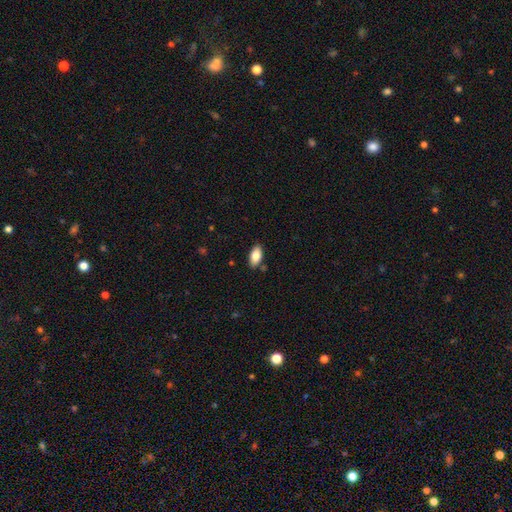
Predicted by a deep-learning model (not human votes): Morphology: type=smooth (84%); roundness=in between (92%); merging=none (84%).